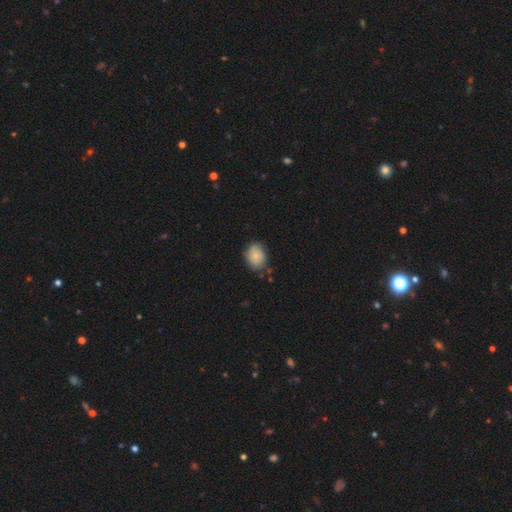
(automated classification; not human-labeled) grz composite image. It shows a smooth galaxy with no disk features (74%) that is in between round and cigar-shaped (58%). Merging: none (68%).